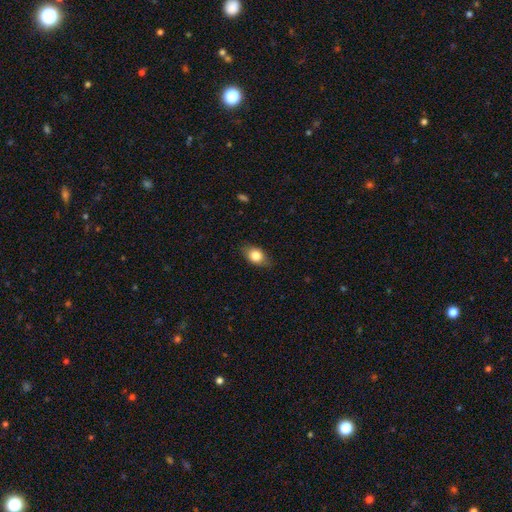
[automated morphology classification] smooth-or-featured: smooth: 79% | featured or disk: 13% | star or artifact: 8%
  how-rounded: in between: 72% | round: 25% | cigar-shaped: 3%
  merging: none: 79% | minor disturbance: 17% | major disturbance: 4% | merger: 1%